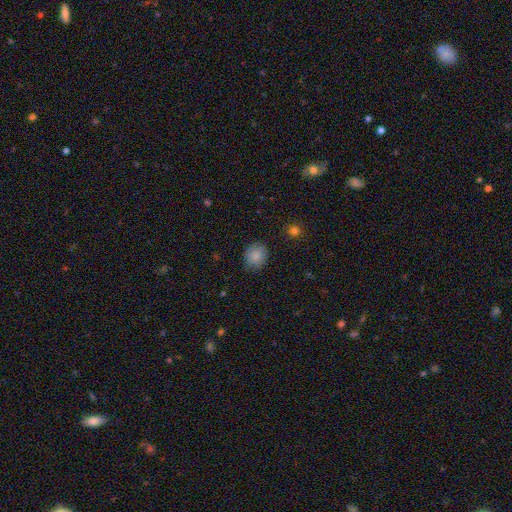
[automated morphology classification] type=smooth (85%); roundness=round (70%); merging=none (83%).